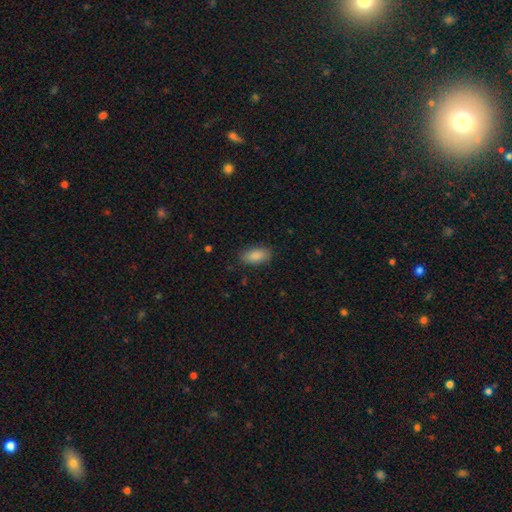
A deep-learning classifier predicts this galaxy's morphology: smooth-or-featured: smooth: 88% | star or artifact: 7% | featured or disk: 5%
  how-rounded: in between: 92% | cigar-shaped: 5% | round: 3%
  merging: none: 84% | minor disturbance: 12% | major disturbance: 3% | merger: 1%